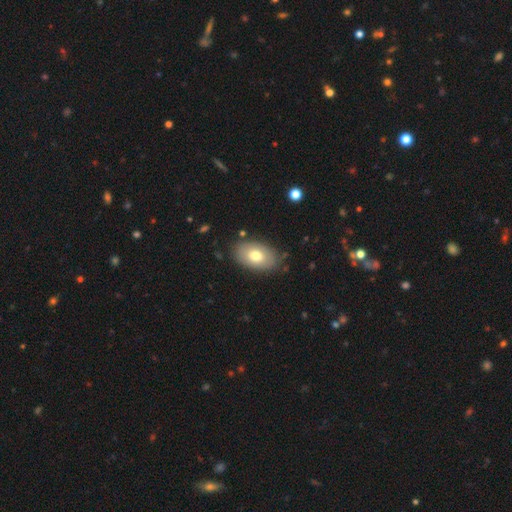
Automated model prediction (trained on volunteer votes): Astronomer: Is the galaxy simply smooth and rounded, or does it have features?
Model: smooth — 72%.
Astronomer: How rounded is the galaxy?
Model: in between — 90%.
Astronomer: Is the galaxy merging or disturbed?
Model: none — 82%.